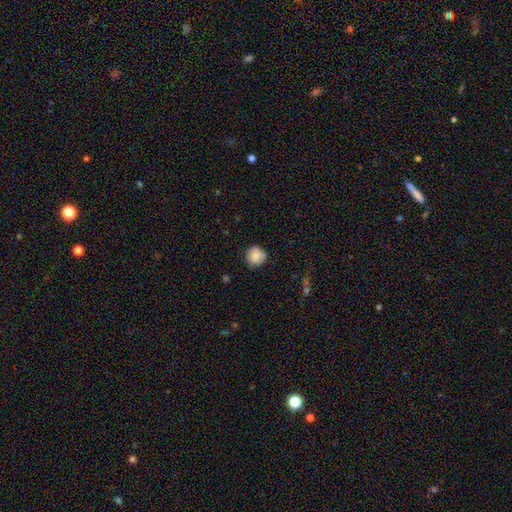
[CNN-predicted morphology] Q: Smooth or featured?
A: smooth (85%); runner-up: star or artifact (8%)
Q: How rounded?
A: round (91%); runner-up: in between (8%)
Q: Merging?
A: none (80%); runner-up: minor disturbance (16%)